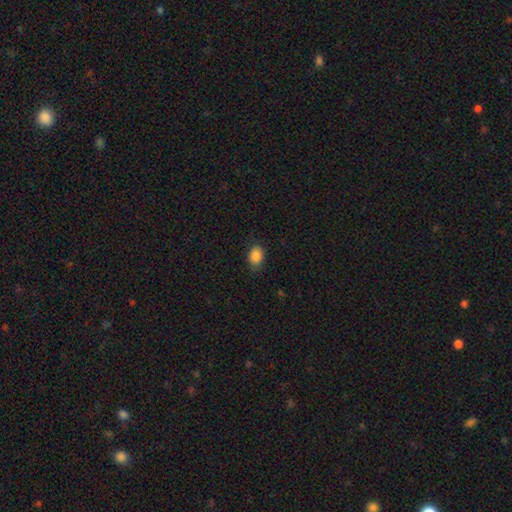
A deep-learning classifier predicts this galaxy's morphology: Smooth or featured? Predicted: smooth (p=0.87). How rounded? Predicted: in between (p=0.74). Merging? Predicted: none (p=0.80).